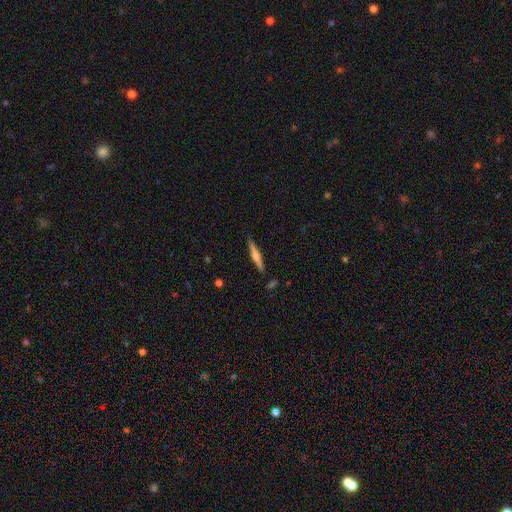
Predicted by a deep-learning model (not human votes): Overall: featured or disk (62%; smooth 32%). Edge-on disk: yes (97%). Edge-on bulge: rounded (88%). Merging: none (89%).